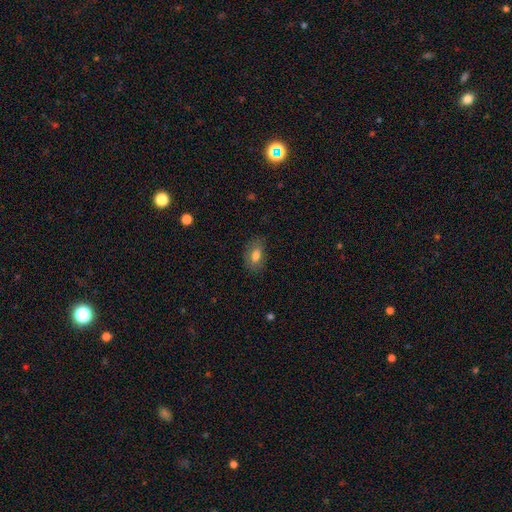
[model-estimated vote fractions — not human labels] A smooth galaxy with no disk features (76%) that is in between round and cigar-shaped (88%).

Vote fractions:
- Smooth or featured? smooth: 76% / featured or disk: 16% / star or artifact: 8%
- How rounded? in between: 88% / round: 10% / cigar-shaped: 3%
- Merging? none: 77% / minor disturbance: 17% / major disturbance: 5% / merger: 1%